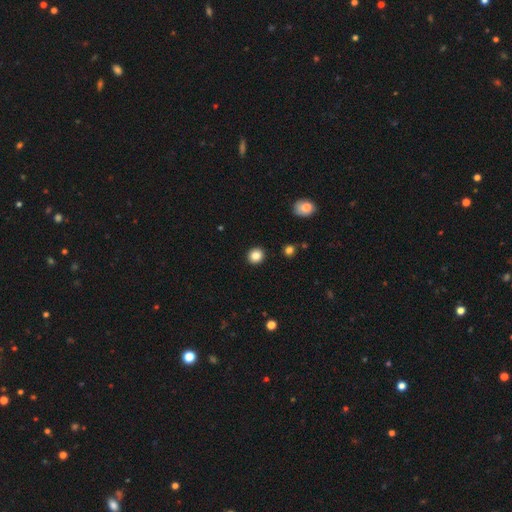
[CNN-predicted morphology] The model was most divided on "smooth or featured": smooth: 86%, star or artifact: 10%, featured or disk: 4%. More confident: merging — none (93%); how rounded — round (89%).